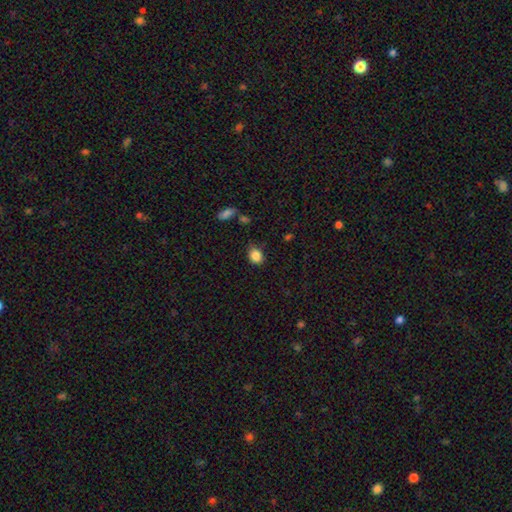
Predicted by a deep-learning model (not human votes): smooth_or_featured: smooth (p=0.85) [alt: star or artifact p=0.10]
how_rounded: in between (p=0.52) [alt: round p=0.47]
merging: none (p=0.72) [alt: minor disturbance p=0.22]